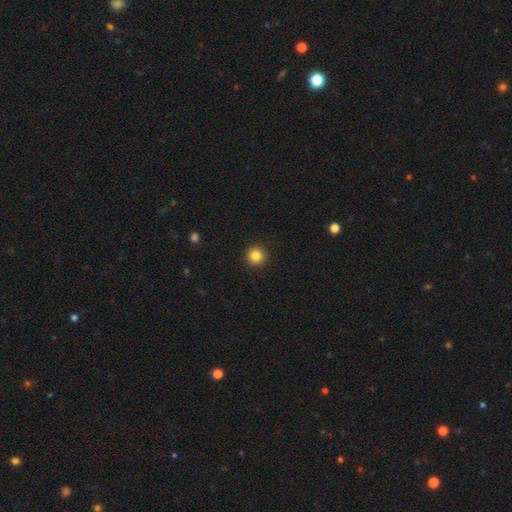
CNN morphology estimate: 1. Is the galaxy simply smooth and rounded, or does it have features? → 84% smooth, 11% star or artifact, 5% featured or disk.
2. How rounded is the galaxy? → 96% round, 3% in between, 1% cigar-shaped.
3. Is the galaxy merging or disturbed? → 93% none, 4% minor disturbance, 2% major disturbance, 1% merger.